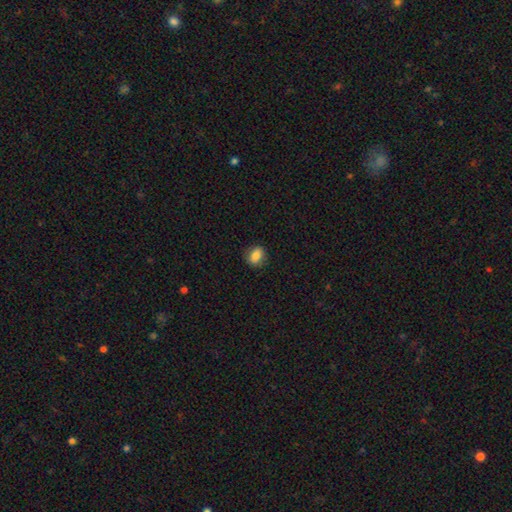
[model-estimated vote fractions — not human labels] Q: Smooth or featured?
A: smooth (85%); runner-up: star or artifact (9%)
Q: How rounded?
A: in between (63%); runner-up: round (35%)
Q: Merging?
A: none (84%); runner-up: minor disturbance (13%)